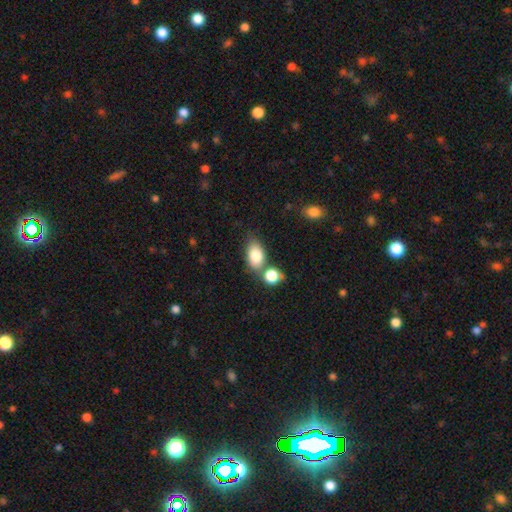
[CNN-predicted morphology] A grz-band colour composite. It shows a smooth galaxy with no disk features (82%) that is in between round and cigar-shaped (87%). Merging: none (53%).